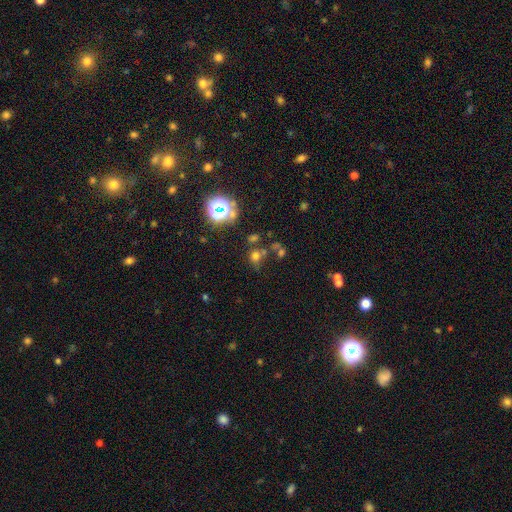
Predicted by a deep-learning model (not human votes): Smooth or featured?
  - smooth: 58% *
  - star or artifact: 32%
  - featured or disk: 11%
How rounded?
  - round: 75% *
  - in between: 23%
  - cigar-shaped: 1%
Merging?
  - none: 55% *
  - merger: 22%
  - minor disturbance: 13%
  - major disturbance: 10%